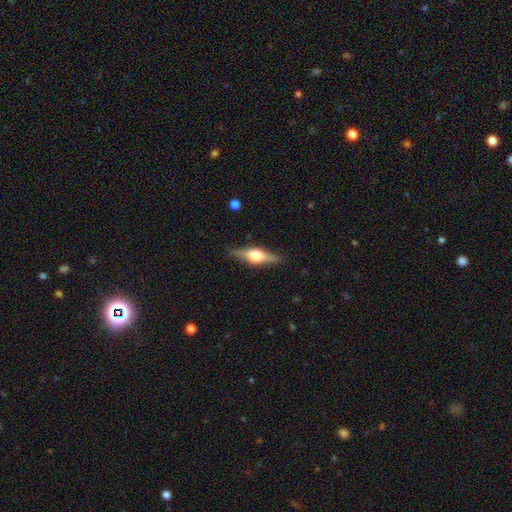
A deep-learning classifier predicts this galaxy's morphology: Smooth or featured?
  - featured or disk: 69% *
  - smooth: 25%
  - star or artifact: 6%
Edge-on disk?
  - yes: 96% *
  - no: 4%
Edge-on bulge?
  - rounded: 94% *
  - boxy: 5%
  - none: 1%
Merging?
  - none: 88% *
  - minor disturbance: 9%
  - major disturbance: 2%
  - merger: 1%